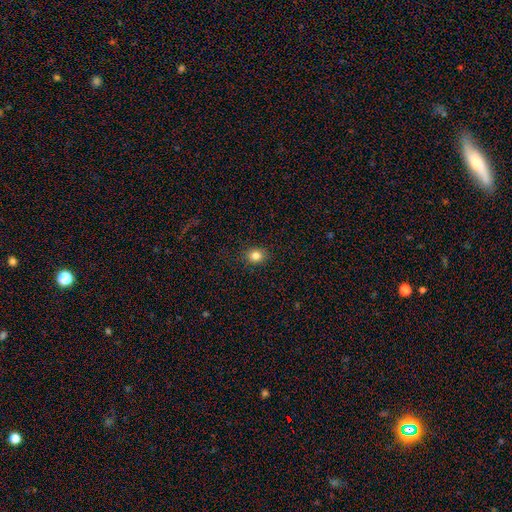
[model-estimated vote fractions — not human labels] Overall: smooth (83%). How rounded: round (65%; in between 34%). Merging: none (88%).